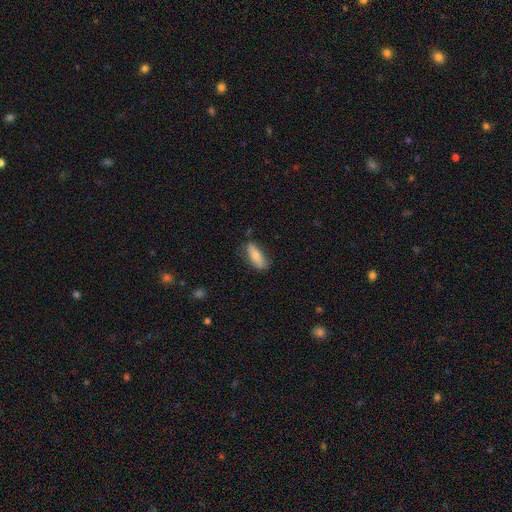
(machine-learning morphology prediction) Smooth or featured?
  - smooth: 73% *
  - featured or disk: 20%
  - star or artifact: 6%
How rounded?
  - in between: 60% *
  - cigar-shaped: 38%
  - round: 2%
Merging?
  - none: 77% *
  - minor disturbance: 18%
  - major disturbance: 3%
  - merger: 1%